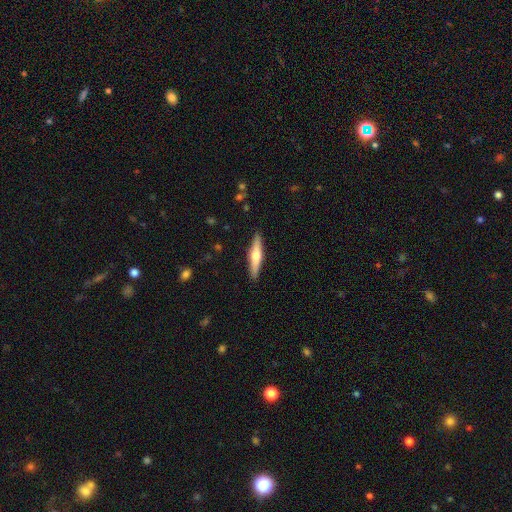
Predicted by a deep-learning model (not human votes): The model was most divided on "smooth or featured": featured or disk: 54%, smooth: 40%, star or artifact: 5%. More confident: edge-on disk — yes (95%); edge-on bulge — rounded (91%); merging — none (90%).